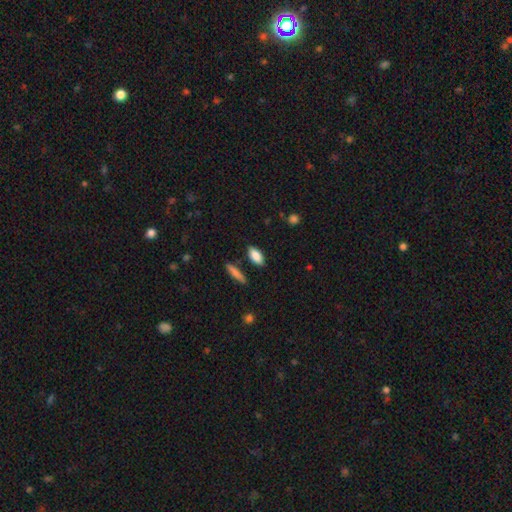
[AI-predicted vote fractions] Morphology: type=smooth (85%); roundness=in between (84%); merging=none (83%).